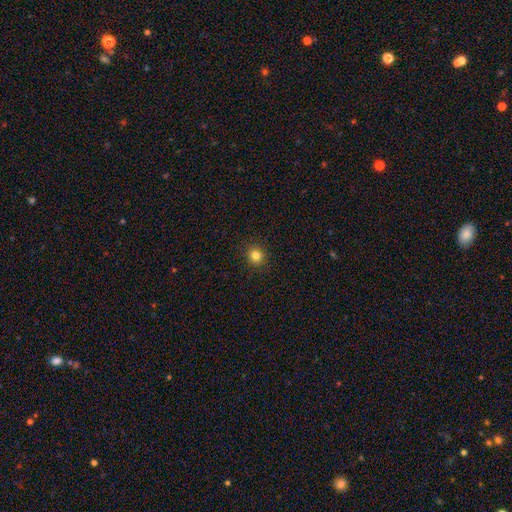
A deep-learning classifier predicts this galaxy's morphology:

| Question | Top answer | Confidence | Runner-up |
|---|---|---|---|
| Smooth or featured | smooth | 82% | star or artifact (13%) |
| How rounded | round | 89% | in between (10%) |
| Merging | none | 92% | minor disturbance (5%) |